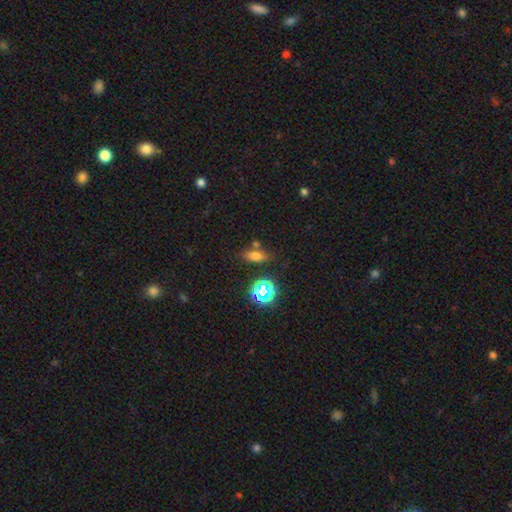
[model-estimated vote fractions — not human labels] smooth 66%, star or artifact 23%, featured or disk 11%. Down the decision tree: how rounded — in between (73%); merging — none (72%).